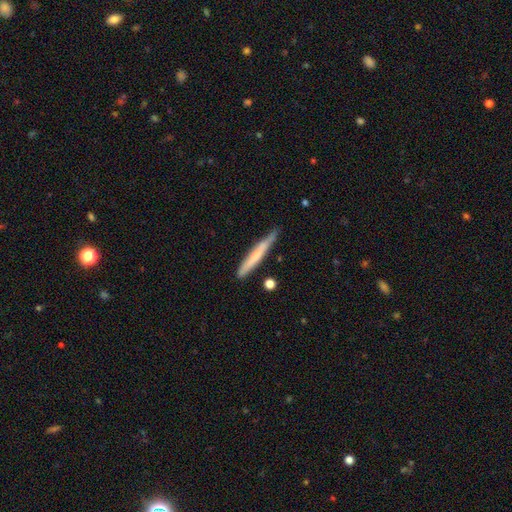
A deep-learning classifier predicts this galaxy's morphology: smooth-or-featured: smooth: 58% | featured or disk: 36% | star or artifact: 6%
  how-rounded: cigar-shaped: 96% | in between: 3% | round: 1%
  merging: none: 77% | minor disturbance: 18% | merger: 3% | major disturbance: 3%